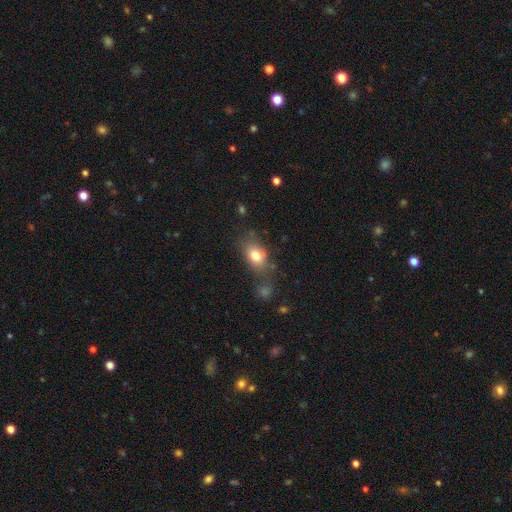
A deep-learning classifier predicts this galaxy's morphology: Overall: smooth (78%). How rounded: in between (82%). Merging: none (60%; minor disturbance 21%).